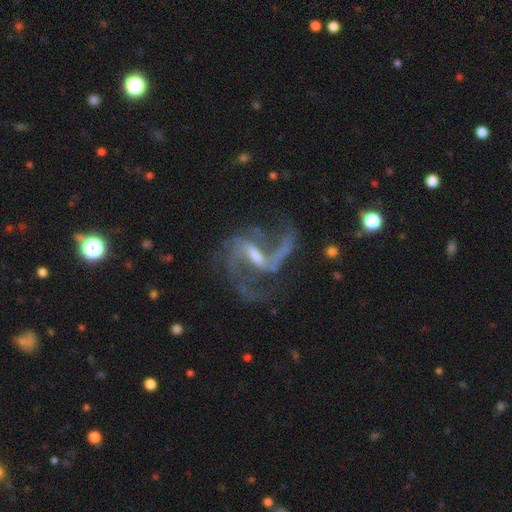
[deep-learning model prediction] Smooth or featured? Predicted: featured or disk (p=0.90). Edge-on disk? Predicted: no (p=0.97). Bar? Predicted: weak (p=0.48). Spiral arms? Predicted: yes (p=0.97). Spiral winding? Predicted: loose (p=0.49). Spiral arm count? Predicted: 2 (p=0.69). Bulge size? Predicted: small (p=0.45). Merging? Predicted: none (p=0.55).